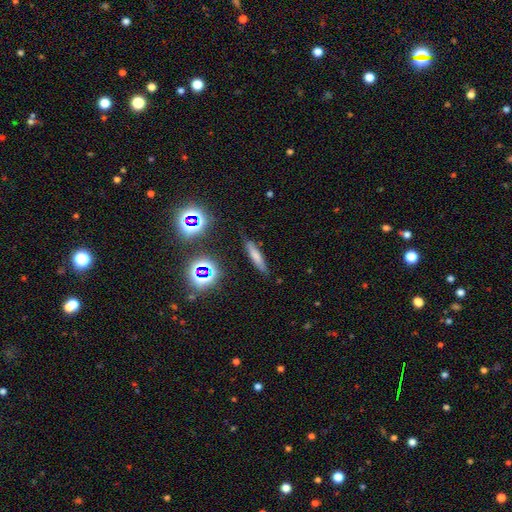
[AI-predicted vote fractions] smooth 64%, featured or disk 19%, star or artifact 16%. Down the decision tree: how rounded — cigar-shaped (82%); merging — none (82%).